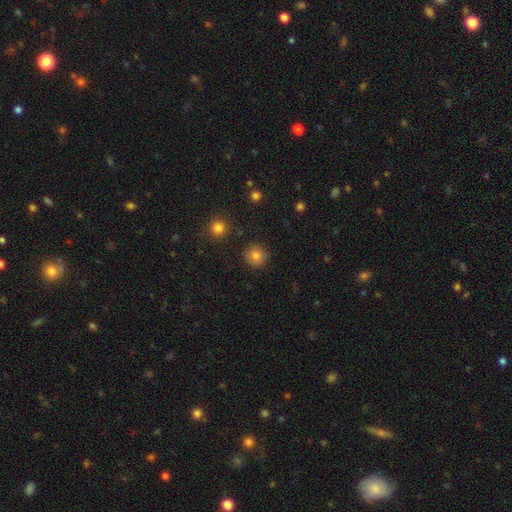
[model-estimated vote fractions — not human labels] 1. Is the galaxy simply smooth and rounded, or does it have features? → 82% smooth, 11% star or artifact, 6% featured or disk.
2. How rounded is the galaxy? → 94% round, 5% in between, 1% cigar-shaped.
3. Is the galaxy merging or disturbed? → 90% none, 6% minor disturbance, 2% major disturbance, 2% merger.